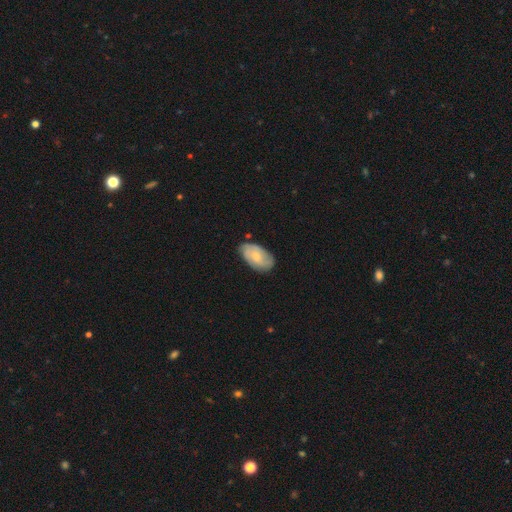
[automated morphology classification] type=smooth (49%); merging=none (72%).